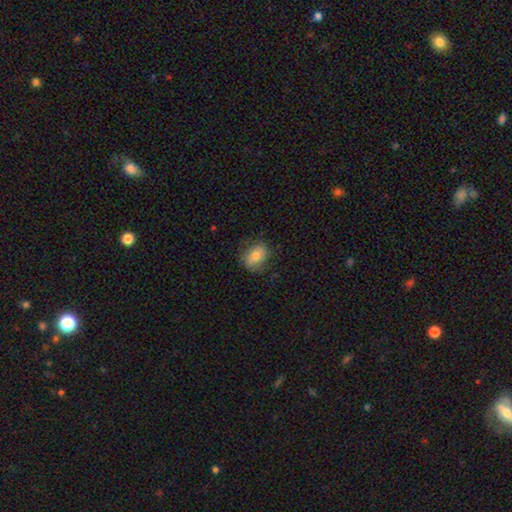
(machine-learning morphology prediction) Smooth or featured? Predicted: smooth (p=0.76). How rounded? Predicted: in between (p=0.66). Merging? Predicted: none (p=0.74).